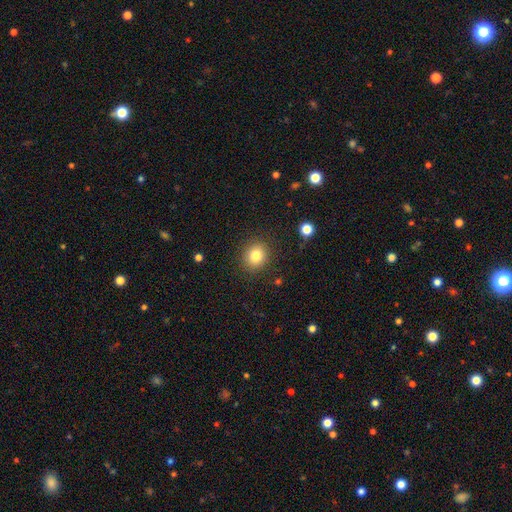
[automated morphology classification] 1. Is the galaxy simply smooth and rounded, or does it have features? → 81% smooth, 11% star or artifact, 8% featured or disk.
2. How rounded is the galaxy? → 74% round, 25% in between, 1% cigar-shaped.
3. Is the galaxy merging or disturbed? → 88% none, 8% minor disturbance, 3% major disturbance, 1% merger.